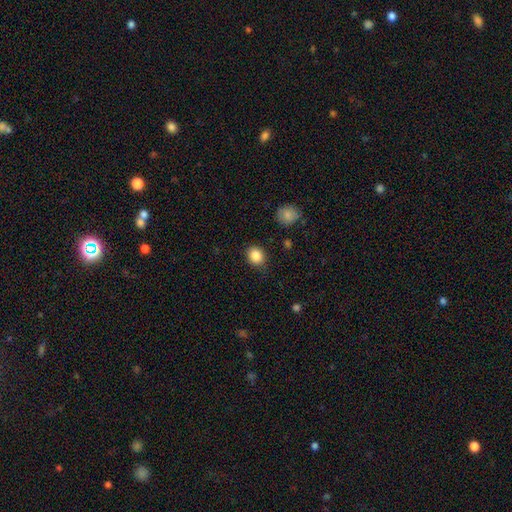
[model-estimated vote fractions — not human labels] Smooth or featured?
  - smooth: 86% *
  - star or artifact: 9%
  - featured or disk: 5%
How rounded?
  - round: 67% *
  - in between: 32%
  - cigar-shaped: 1%
Merging?
  - none: 85% *
  - minor disturbance: 11%
  - major disturbance: 3%
  - merger: 2%